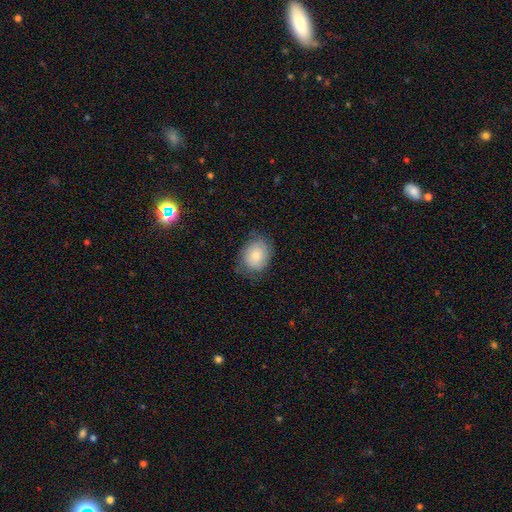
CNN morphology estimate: This is likely a smooth galaxy (76%). How rounded: possibly in between (58%). Merging: likely none (66%).